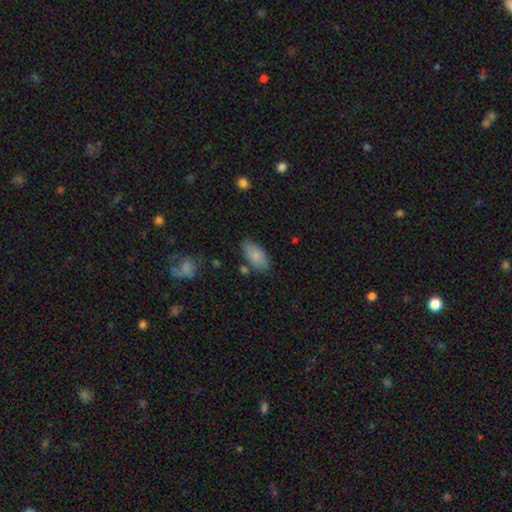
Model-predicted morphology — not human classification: The model was most divided on "merging": none: 74%, minor disturbance: 17%, merger: 5%, major disturbance: 4%. More confident: how rounded — in between (92%); smooth or featured — smooth (84%).